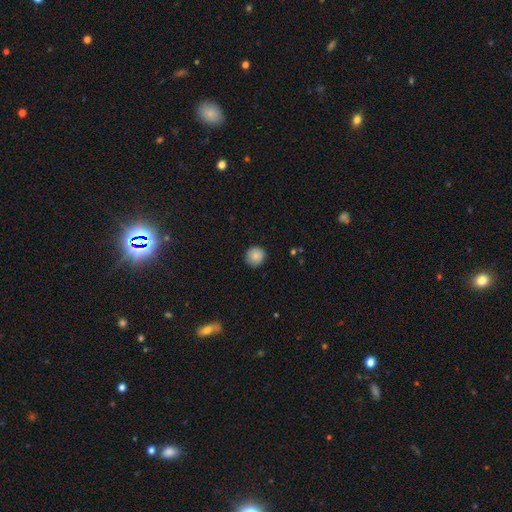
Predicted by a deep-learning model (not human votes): Smooth or featured?
  - smooth: 87% *
  - star or artifact: 8%
  - featured or disk: 5%
How rounded?
  - round: 92% *
  - in between: 7%
  - cigar-shaped: 1%
Merging?
  - none: 86% *
  - minor disturbance: 11%
  - major disturbance: 2%
  - merger: 1%